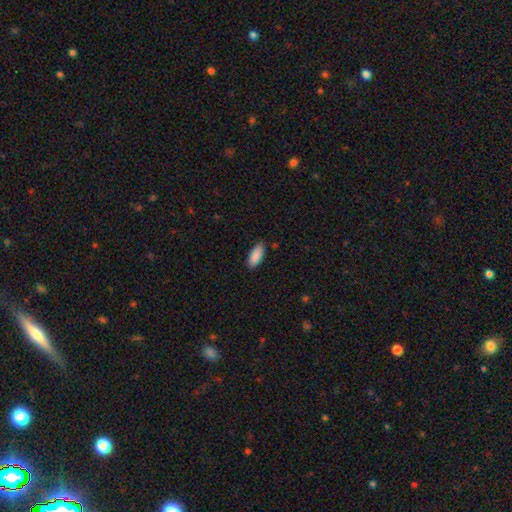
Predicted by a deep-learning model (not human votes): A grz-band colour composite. It shows a smooth galaxy with no disk features (90%) that is in between round and cigar-shaped (82%). Merging: none (86%).